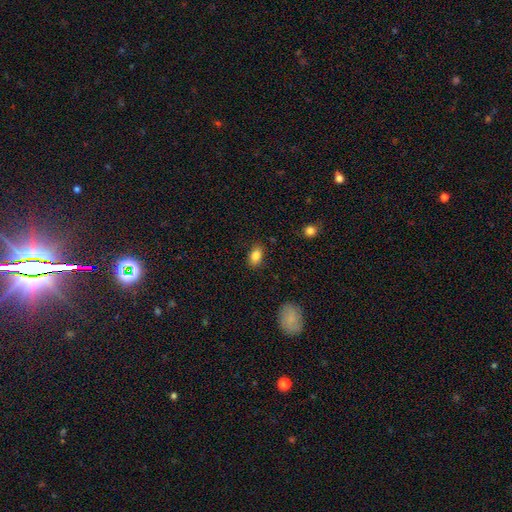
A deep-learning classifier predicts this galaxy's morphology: Smooth or featured? smooth (84%)
How rounded? in between (85%)
Merging? none (84%)